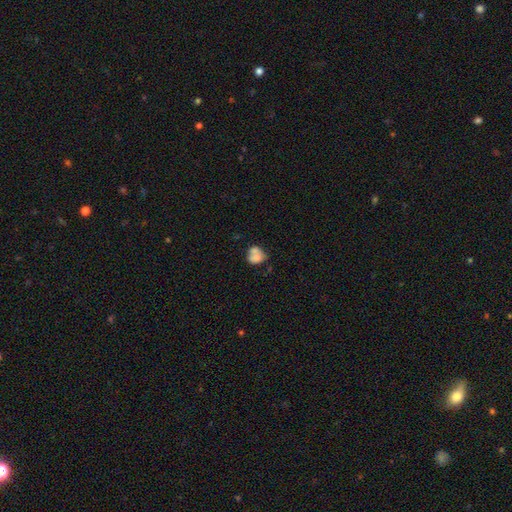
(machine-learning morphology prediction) Smooth or featured? Predicted: smooth (p=0.71). How rounded? Predicted: round (p=0.59). Merging? Predicted: merger (p=0.43).